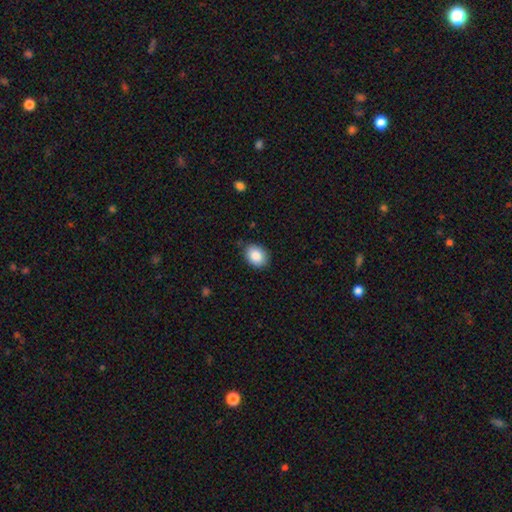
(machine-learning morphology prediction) A smooth galaxy with no disk features (88%) that is in between round and cigar-shaped (64%).

Vote fractions:
- Smooth or featured? smooth: 88% / star or artifact: 7% / featured or disk: 5%
- How rounded? in between: 64% / round: 35% / cigar-shaped: 1%
- Merging? none: 80% / minor disturbance: 16% / major disturbance: 3% / merger: 1%